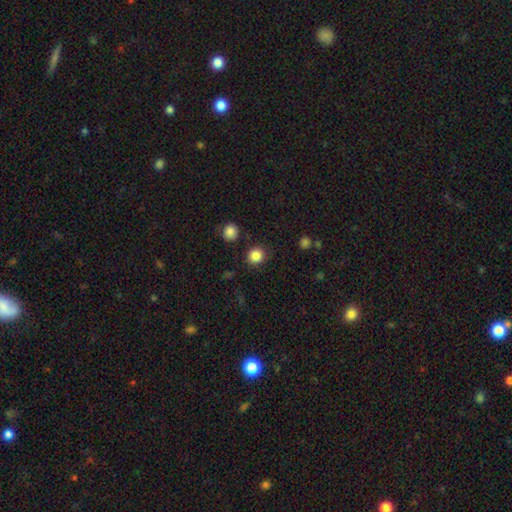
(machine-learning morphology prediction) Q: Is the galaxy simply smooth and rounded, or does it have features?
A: smooth — 86%.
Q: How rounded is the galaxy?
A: round — 90%.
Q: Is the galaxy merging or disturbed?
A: none — 88%.